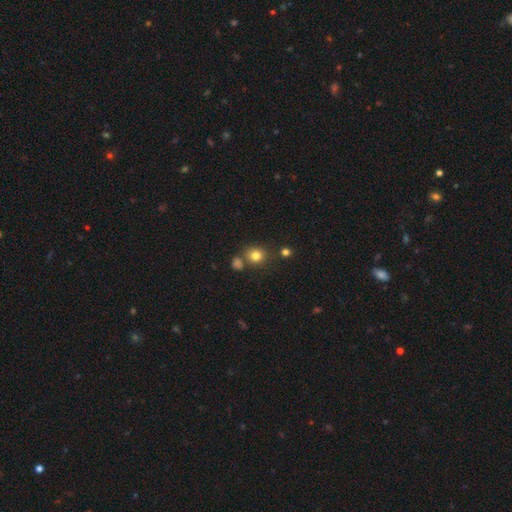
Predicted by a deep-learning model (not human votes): Q: Smooth or featured?
A: smooth (80%); runner-up: star or artifact (14%)
Q: How rounded?
A: round (84%); runner-up: in between (15%)
Q: Merging?
A: none (72%); runner-up: merger (15%)